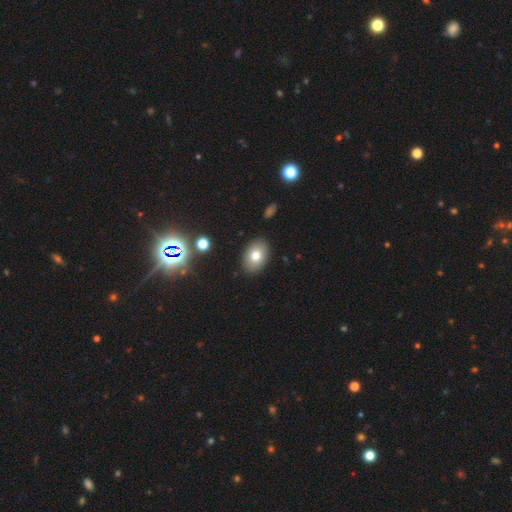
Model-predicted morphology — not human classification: The model was most divided on "how rounded": in between: 80%, round: 19%, cigar-shaped: 1%. More confident: merging — none (88%); smooth or featured — smooth (77%).